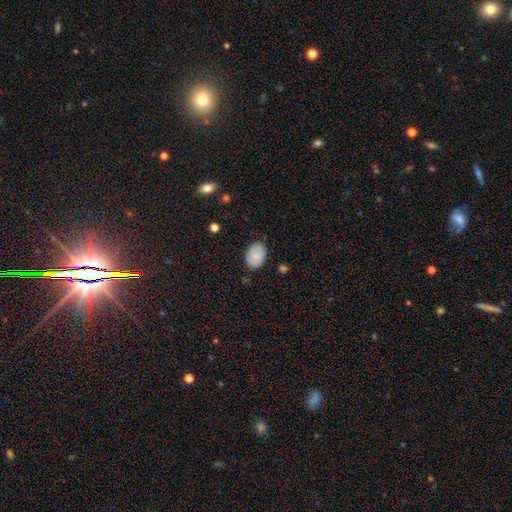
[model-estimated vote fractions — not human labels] This appears to be a smooth galaxy with no disk features (78%) that is in between round and cigar-shaped (77%). Merging: none (81%).